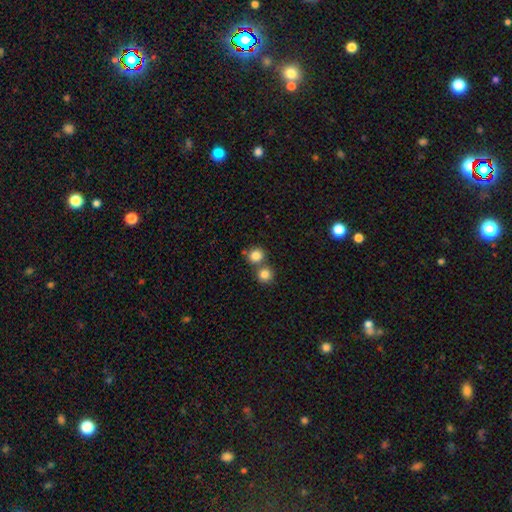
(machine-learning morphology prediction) smooth 82%, star or artifact 11%, featured or disk 7%. Down the decision tree: how rounded — round (88%); merging — none (59%).